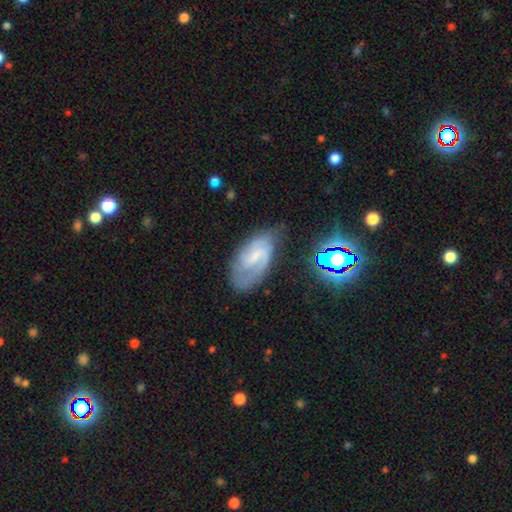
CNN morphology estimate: Smooth or featured? featured or disk (68%)
Edge-on disk? no (96%)
Bar? weak (55%)
Spiral arms? yes (90%)
Spiral winding? medium (45%)
Spiral arm count? 2 (57%)
Bulge size? small (44%)
Merging? none (58%)